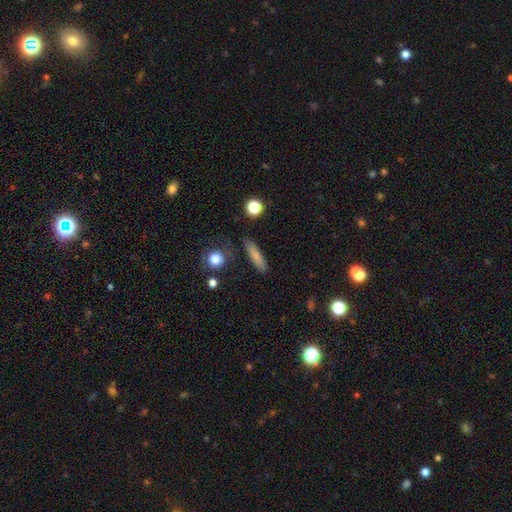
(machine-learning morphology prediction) A smooth galaxy with no disk features (78%) that is cigar-shaped (71%).

Vote fractions:
- Smooth or featured? smooth: 78% / featured or disk: 14% / star or artifact: 8%
- How rounded? cigar-shaped: 71% / in between: 24% / round: 5%
- Merging? none: 81% / minor disturbance: 13% / major disturbance: 4% / merger: 3%